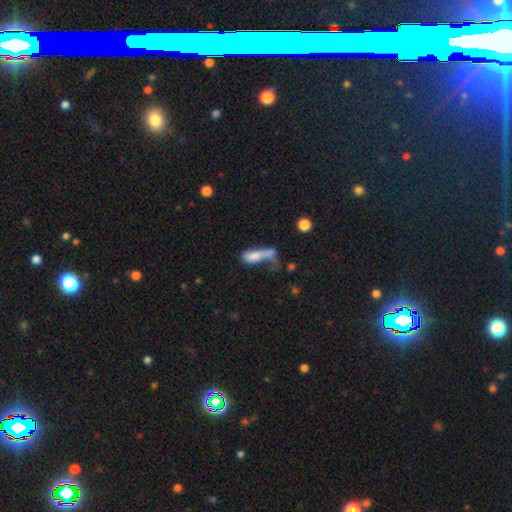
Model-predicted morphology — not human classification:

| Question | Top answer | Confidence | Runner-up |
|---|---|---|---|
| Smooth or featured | smooth | 66% | featured or disk (24%) |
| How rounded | in between | 48% | cigar-shaped (47%) |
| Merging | major disturbance | 39% | merger (26%) |